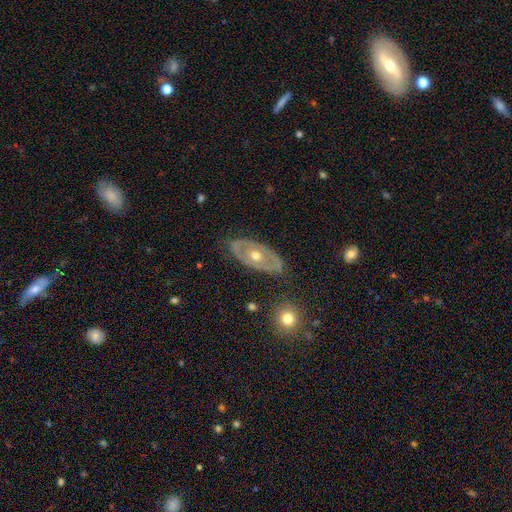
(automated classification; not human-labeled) Morphology: type=featured or disk (71%); edge-on=no (87%); bar=no (88%); spiral arms=no (74%); bulge=moderate (72%); merging=none (83%).